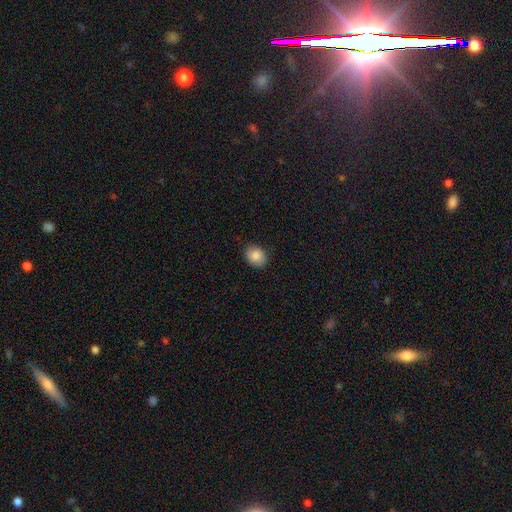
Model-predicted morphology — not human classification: This appears to be a smooth galaxy with no disk features (87%) that is round (56%). Merging: none (85%).